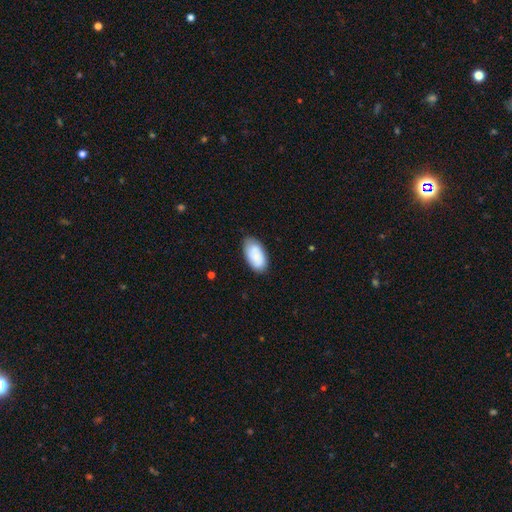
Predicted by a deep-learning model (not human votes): This appears to be a smooth galaxy with no disk features (85%) that is in between round and cigar-shaped (95%). Merging: none (77%).